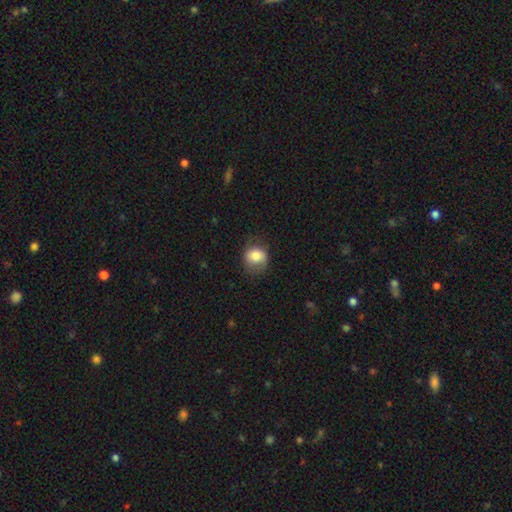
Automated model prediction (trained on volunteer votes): Morphology: type=smooth (77%); roundness=round (66%); merging=none (63%).